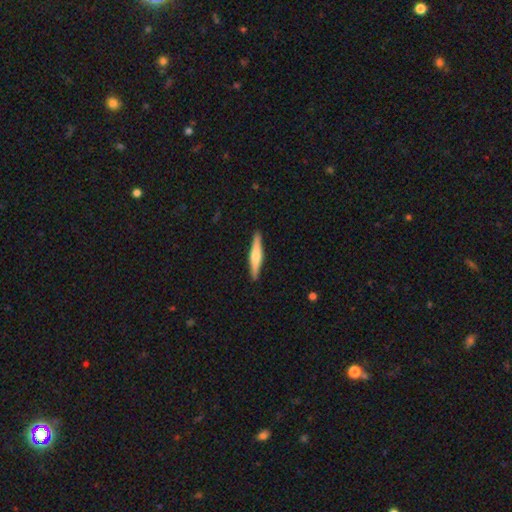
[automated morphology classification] Smooth or featured?
  - featured or disk: 56% *
  - smooth: 38%
  - star or artifact: 5%
Edge-on disk?
  - yes: 97% *
  - no: 3%
Edge-on bulge?
  - rounded: 81% *
  - boxy: 11%
  - none: 7%
Merging?
  - none: 92% *
  - minor disturbance: 6%
  - major disturbance: 1%
  - merger: 1%